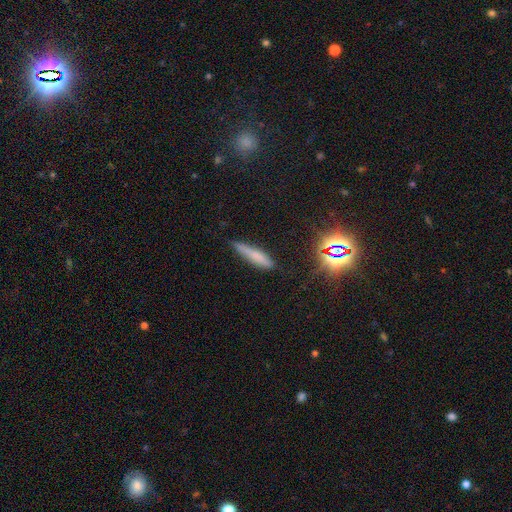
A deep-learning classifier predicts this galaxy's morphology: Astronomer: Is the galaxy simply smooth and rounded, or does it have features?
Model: smooth — 65%.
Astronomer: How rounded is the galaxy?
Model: cigar-shaped — 86%.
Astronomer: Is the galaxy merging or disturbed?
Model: none — 75%.